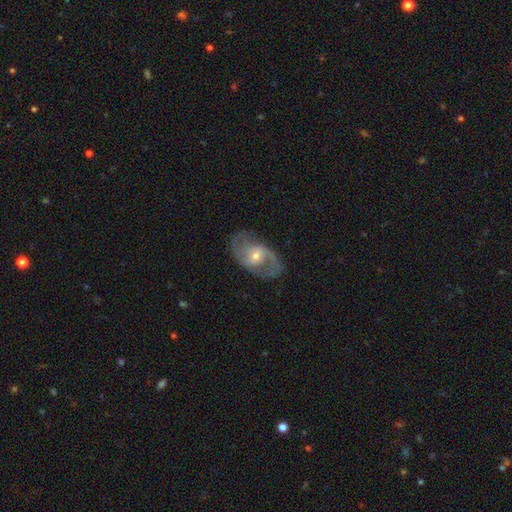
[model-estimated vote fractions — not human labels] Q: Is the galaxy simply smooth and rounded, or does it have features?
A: featured or disk — 84%.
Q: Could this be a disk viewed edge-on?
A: no — 96%.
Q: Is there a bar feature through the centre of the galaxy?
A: no — 44%.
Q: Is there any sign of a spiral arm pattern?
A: yes — 94%.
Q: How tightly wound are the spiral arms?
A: medium — 53%.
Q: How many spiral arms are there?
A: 2 — 85%.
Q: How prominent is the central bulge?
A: small — 50%.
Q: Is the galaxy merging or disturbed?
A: none — 78%.